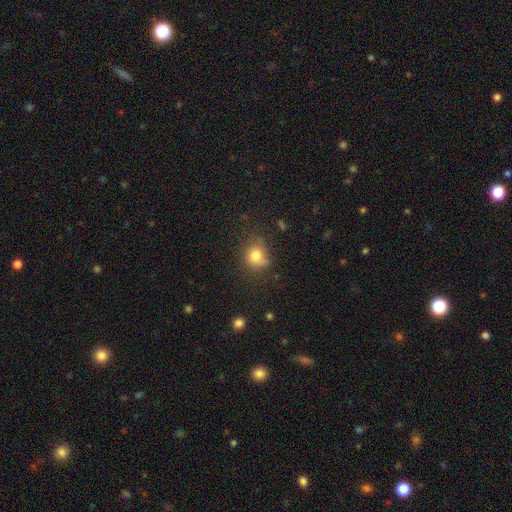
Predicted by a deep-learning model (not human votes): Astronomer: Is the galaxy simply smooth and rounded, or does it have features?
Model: smooth — 77%.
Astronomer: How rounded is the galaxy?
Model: round — 65%.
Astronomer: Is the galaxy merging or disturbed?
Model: none — 54%.